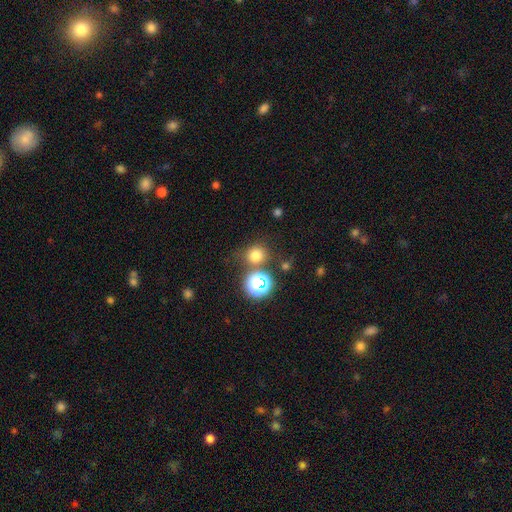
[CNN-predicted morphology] This is likely a smooth galaxy (72%). How rounded: clearly round (85%). Merging: likely none (73%).